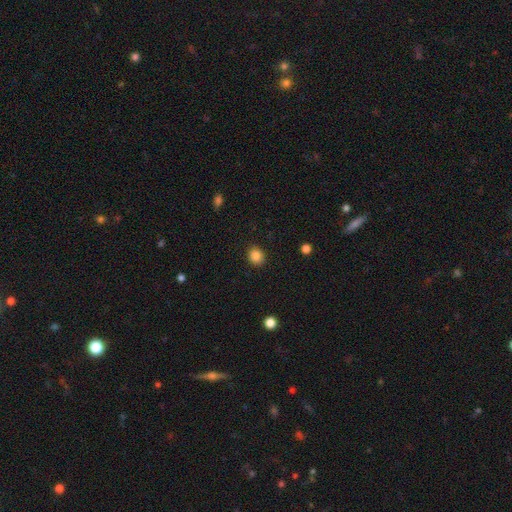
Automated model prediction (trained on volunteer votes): Q: Smooth or featured?
A: smooth (86%); runner-up: star or artifact (10%)
Q: How rounded?
A: round (73%); runner-up: in between (26%)
Q: Merging?
A: none (90%); runner-up: minor disturbance (7%)